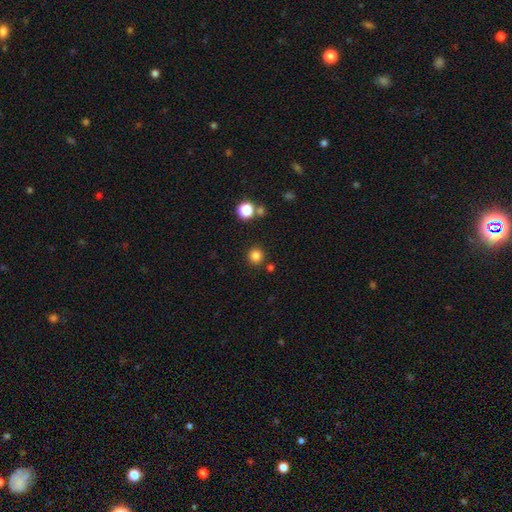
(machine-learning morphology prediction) The model was most divided on "smooth or featured": smooth: 82%, star or artifact: 14%, featured or disk: 4%. More confident: how rounded — round (93%); merging — none (87%).